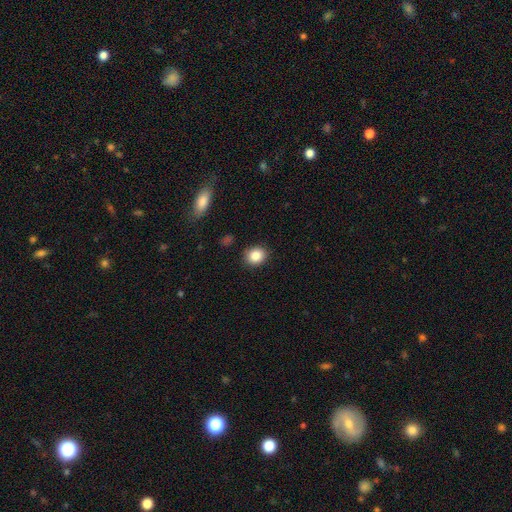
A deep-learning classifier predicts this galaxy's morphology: smooth_or_featured: smooth (p=0.86) [alt: star or artifact p=0.09]
how_rounded: round (p=0.69) [alt: in between p=0.30]
merging: none (p=0.87) [alt: minor disturbance p=0.09]